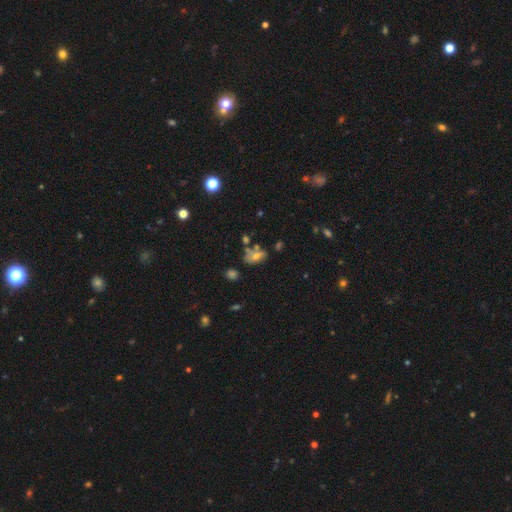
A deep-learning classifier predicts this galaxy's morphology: Smooth or featured: smooth — 58% (featured or disk — 28%)
How rounded: in between — 86% (round — 9%)
Merging: none — 45% (minor disturbance — 23%)